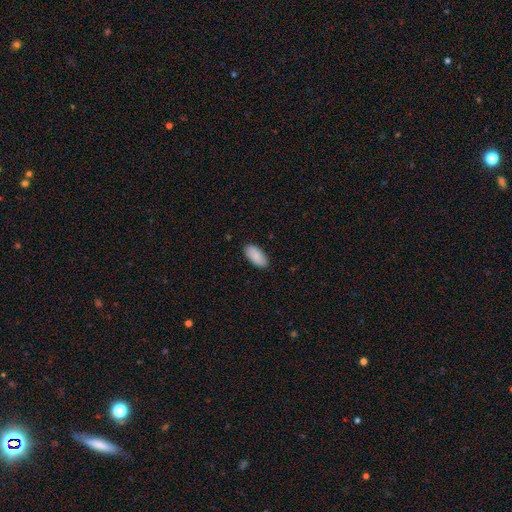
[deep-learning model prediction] Overall: smooth (90%). How rounded: in between (94%). Merging: none (89%).